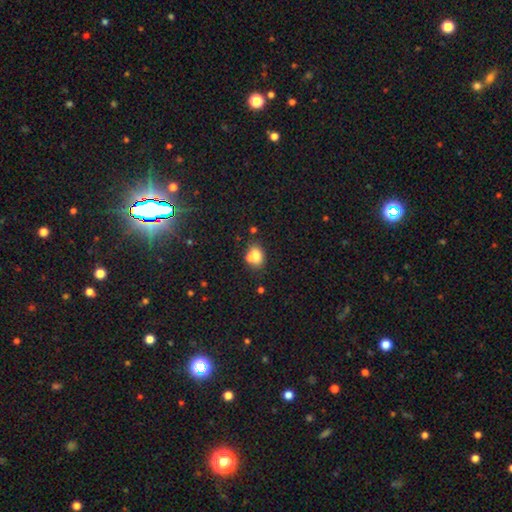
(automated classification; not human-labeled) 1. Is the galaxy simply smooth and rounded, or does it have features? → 73% smooth, 15% featured or disk, 12% star or artifact.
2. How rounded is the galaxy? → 66% in between, 32% round, 2% cigar-shaped.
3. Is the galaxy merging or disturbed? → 44% none, 37% merger, 14% minor disturbance, 5% major disturbance.